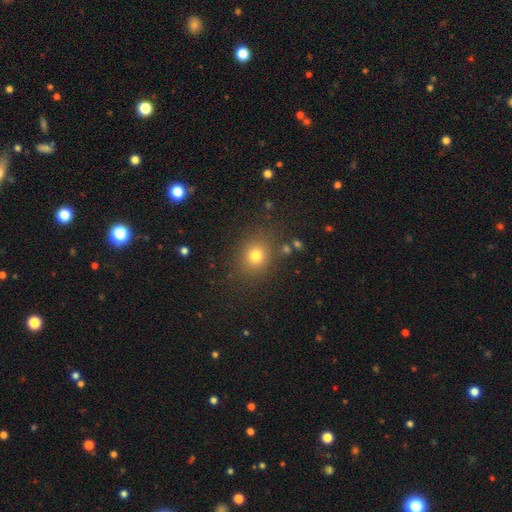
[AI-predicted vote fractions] This is likely a smooth galaxy (76%). How rounded: likely round (70%). Merging: clearly none (83%).